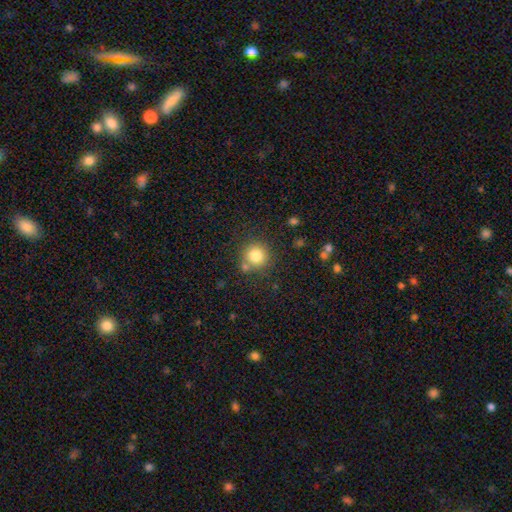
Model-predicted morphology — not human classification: smooth 81%, star or artifact 11%, featured or disk 8%. Down the decision tree: how rounded — round (93%); merging — none (75%).